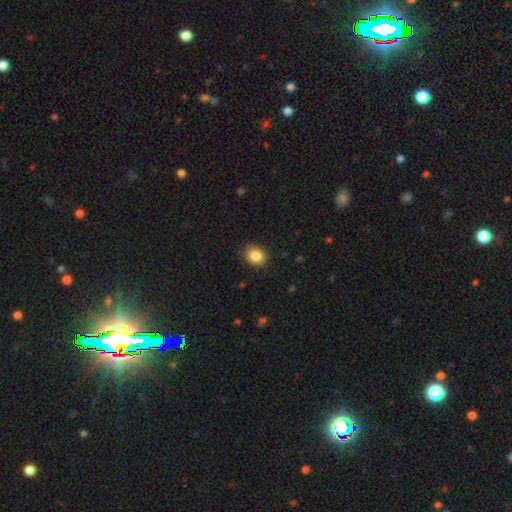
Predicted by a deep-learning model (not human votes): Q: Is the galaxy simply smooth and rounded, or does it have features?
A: smooth — 85%.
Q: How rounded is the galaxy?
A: round — 61%.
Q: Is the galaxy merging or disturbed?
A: none — 86%.